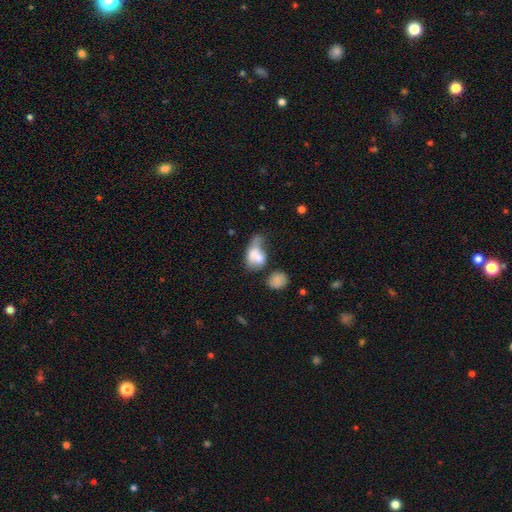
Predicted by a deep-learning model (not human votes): A smooth galaxy with no disk features (62%) that is in between round and cigar-shaped (74%). Merging: merger (50%).